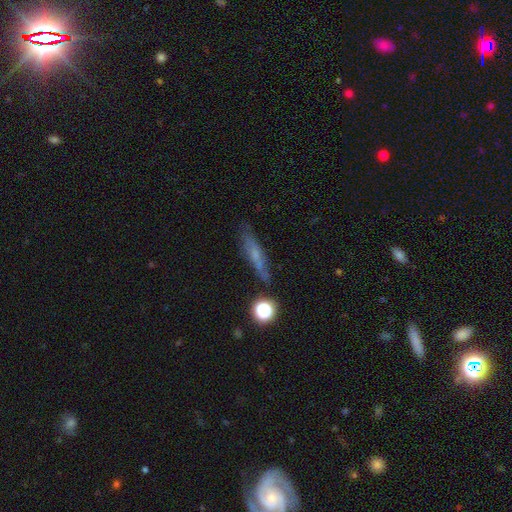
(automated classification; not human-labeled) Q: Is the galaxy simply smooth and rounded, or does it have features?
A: smooth — 49%.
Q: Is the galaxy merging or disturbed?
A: none — 73%.